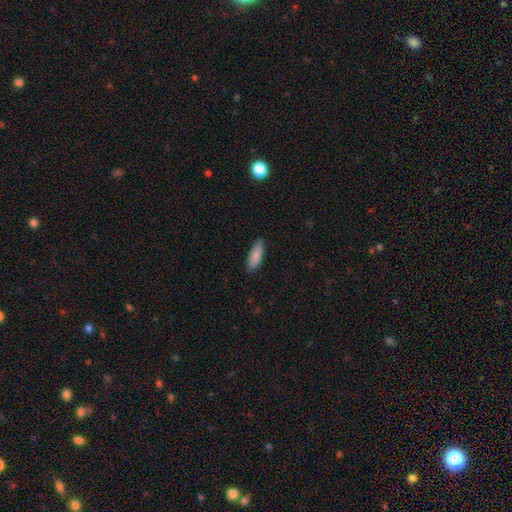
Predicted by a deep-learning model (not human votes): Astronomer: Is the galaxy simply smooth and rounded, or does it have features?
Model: smooth — 88%.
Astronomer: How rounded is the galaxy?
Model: in between — 68%.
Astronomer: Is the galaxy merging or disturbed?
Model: none — 87%.